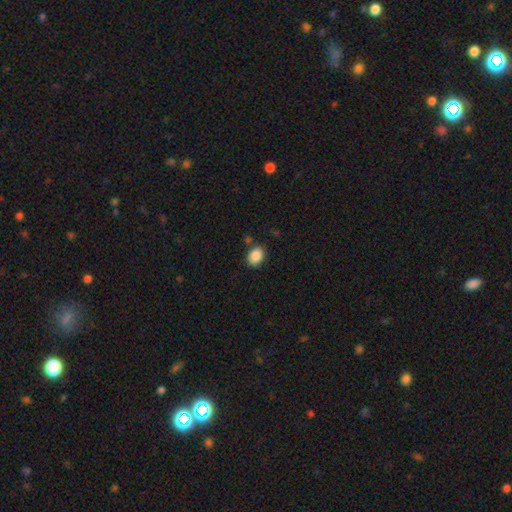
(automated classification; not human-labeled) Q: Smooth or featured?
A: smooth (89%); runner-up: star or artifact (8%)
Q: How rounded?
A: in between (69%); runner-up: round (30%)
Q: Merging?
A: none (81%); runner-up: minor disturbance (12%)